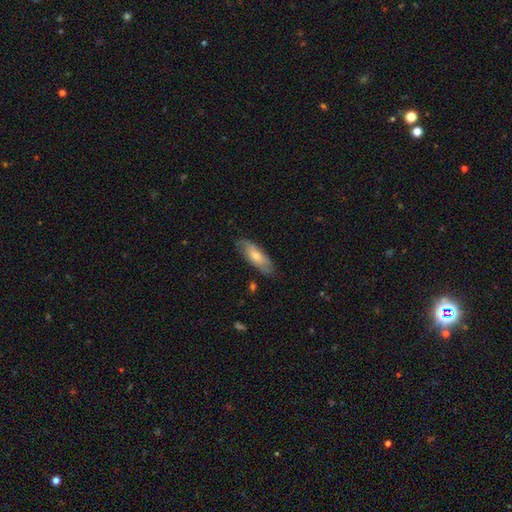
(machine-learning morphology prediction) A smooth galaxy with no disk features (53%) that is in between round and cigar-shaped (59%).

Vote fractions:
- Smooth or featured? smooth: 53% / featured or disk: 40% / star or artifact: 7%
- How rounded? in between: 59% / cigar-shaped: 39% / round: 2%
- Merging? none: 79% / minor disturbance: 17% / major disturbance: 3% / merger: 1%